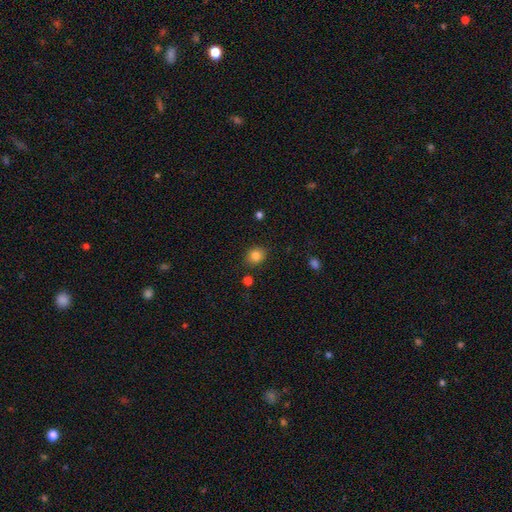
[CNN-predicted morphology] type=smooth (83%); roundness=round (66%); merging=none (85%).